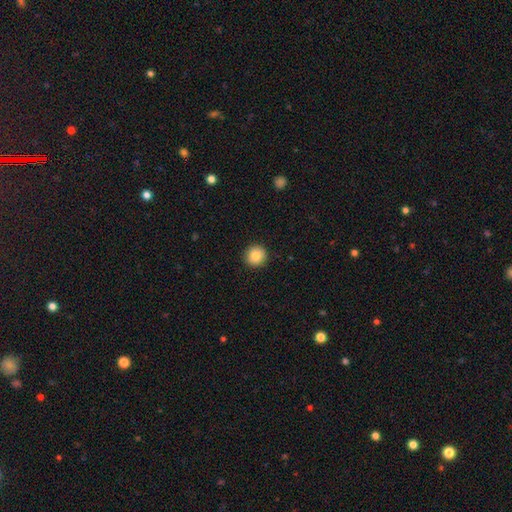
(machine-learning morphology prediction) smooth_or_featured: smooth (p=0.85) [alt: star or artifact p=0.09]
how_rounded: round (p=0.94) [alt: in between p=0.05]
merging: none (p=0.92) [alt: minor disturbance p=0.05]